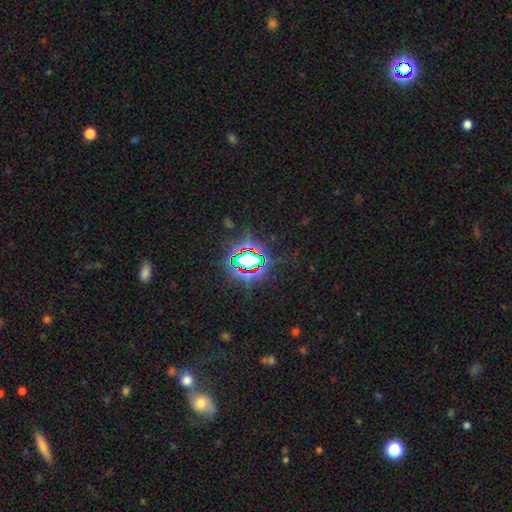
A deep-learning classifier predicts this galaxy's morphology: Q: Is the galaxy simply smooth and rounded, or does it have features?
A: star or artifact — 81%.